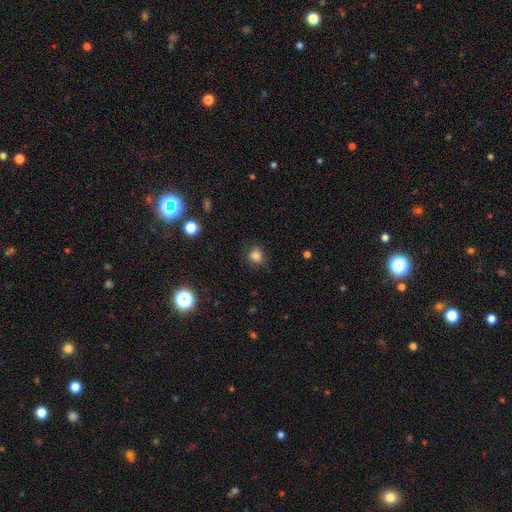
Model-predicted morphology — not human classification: Q: Smooth or featured?
A: smooth (81%); runner-up: star or artifact (14%)
Q: How rounded?
A: round (73%); runner-up: in between (26%)
Q: Merging?
A: none (78%); runner-up: minor disturbance (16%)